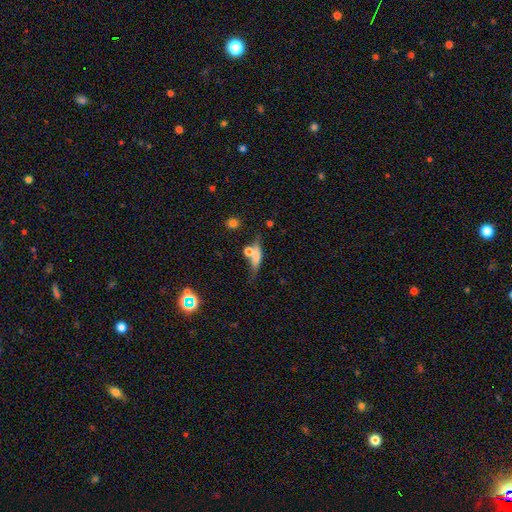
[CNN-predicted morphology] smooth 55%, featured or disk 34%, star or artifact 11%. Down the decision tree: how rounded — cigar-shaped (63%); merging — none (55%).